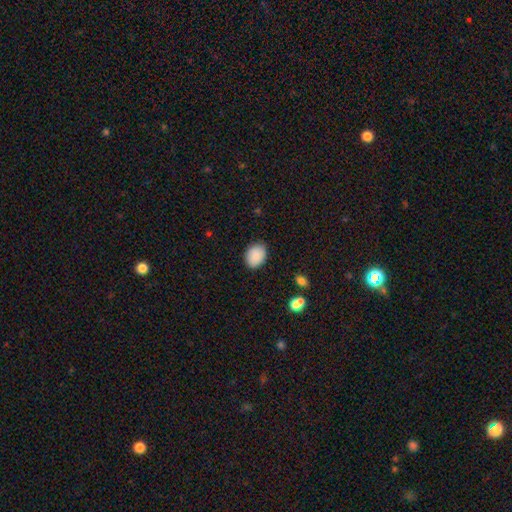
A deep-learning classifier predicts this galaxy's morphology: This appears to be a smooth galaxy with no disk features (89%) that is in between round and cigar-shaped (67%). Merging: none (84%).